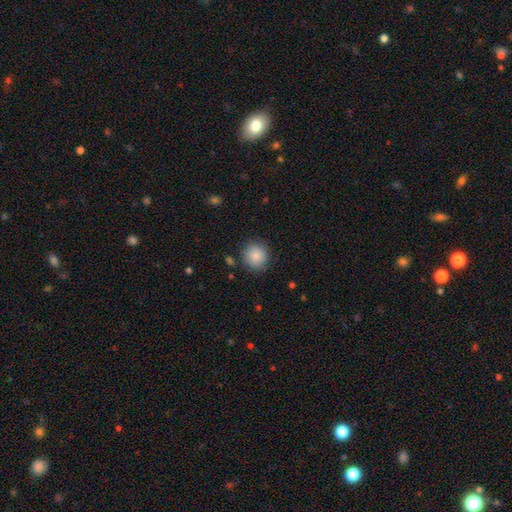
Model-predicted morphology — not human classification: A smooth galaxy with no disk features (87%) that is round (93%). Merging: none (88%).